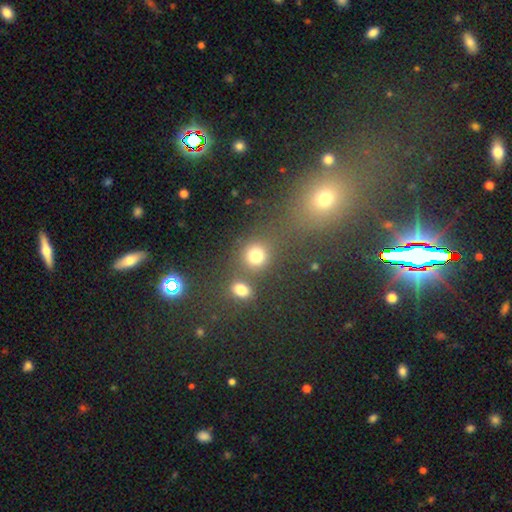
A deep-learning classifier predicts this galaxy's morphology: Smooth or featured: smooth — 77% (star or artifact — 16%)
How rounded: round — 81% (in between — 17%)
Merging: none — 63% (merger — 23%)